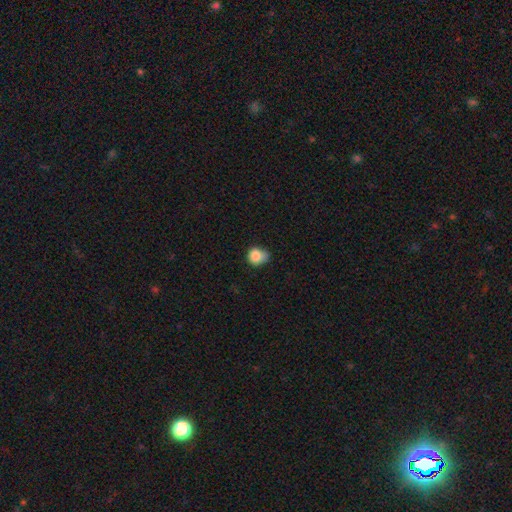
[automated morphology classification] Smooth or featured? Predicted: smooth (p=0.84). How rounded? Predicted: round (p=0.72). Merging? Predicted: none (p=0.45).